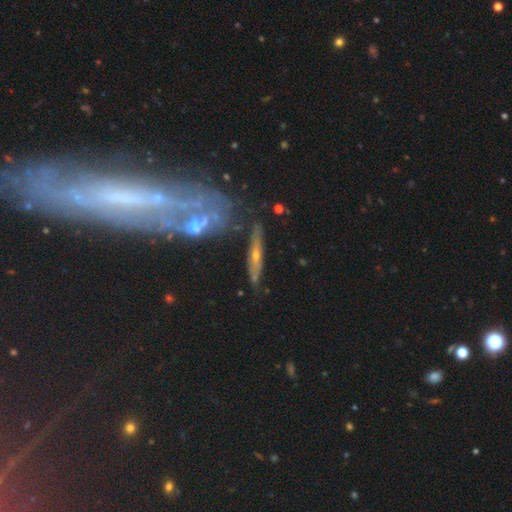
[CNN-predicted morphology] This is likely a featured or disk galaxy (63%). It is likely viewed edge-on (72%). Merging: likely none (69%).